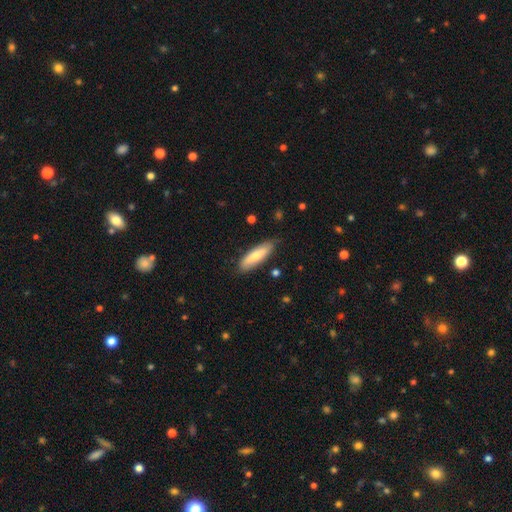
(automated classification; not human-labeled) A smooth galaxy with no disk features (68%) that is cigar-shaped (56%).

Vote fractions:
- Smooth or featured? smooth: 68% / featured or disk: 26% / star or artifact: 5%
- How rounded? cigar-shaped: 56% / in between: 42% / round: 2%
- Merging? none: 79% / minor disturbance: 17% / major disturbance: 3% / merger: 2%